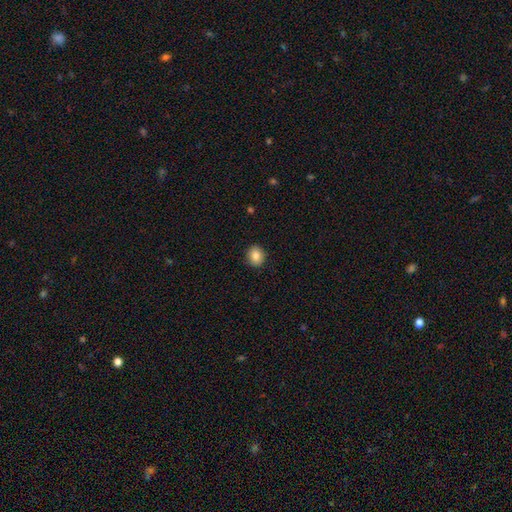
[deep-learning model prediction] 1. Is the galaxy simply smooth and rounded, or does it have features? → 85% smooth, 9% star or artifact, 6% featured or disk.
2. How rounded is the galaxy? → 68% round, 31% in between, 1% cigar-shaped.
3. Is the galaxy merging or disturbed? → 91% none, 7% minor disturbance, 2% major disturbance, 1% merger.